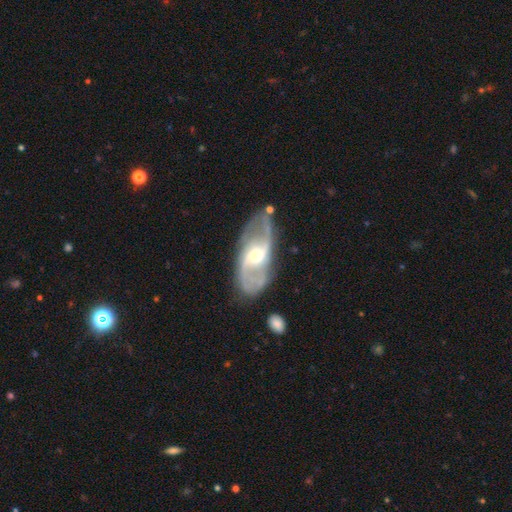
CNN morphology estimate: A featured or disk galaxy (86%) with a weak bar (42%), 2 (85%) medium (49%) spiral arms (95%) and a small central bulge (53%).

Vote fractions:
- Smooth or featured? featured or disk: 86% / smooth: 9% / star or artifact: 5%
- Edge-on disk? no: 95% / yes: 5%
- Bar? weak: 42% / no: 40% / strong: 17%
- Spiral arms? yes: 95% / no: 5%
- Spiral winding? medium: 49% / loose: 35% / tight: 17%
- Spiral arm count? 2: 85% / can't tell: 6% / 3: 4% / 1: 2% / 4: 1% / more than 4: 1%
- Bulge size? small: 53% / moderate: 41% / large: 3% / none: 1% / dominant: 1%
- Merging? none: 75% / minor disturbance: 15% / major disturbance: 6% / merger: 3%